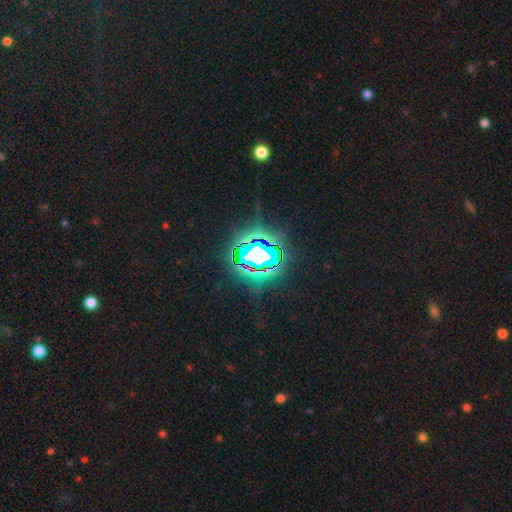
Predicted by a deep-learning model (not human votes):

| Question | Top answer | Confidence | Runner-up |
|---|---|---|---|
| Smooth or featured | star or artifact | 80% | smooth (11%) |